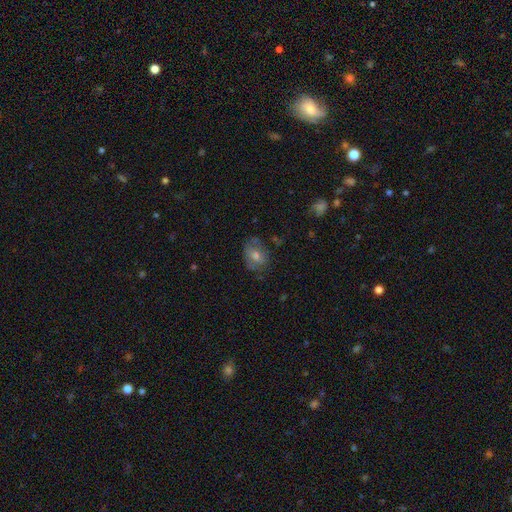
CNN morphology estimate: This is possibly a smooth galaxy (46%). Merging: likely none (67%).